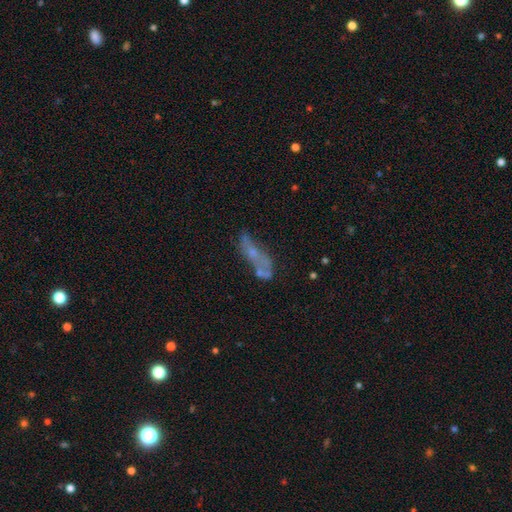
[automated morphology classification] Q: Smooth or featured?
A: featured or disk (46%); runner-up: smooth (37%)
Q: Merging?
A: none (44%); runner-up: minor disturbance (19%)